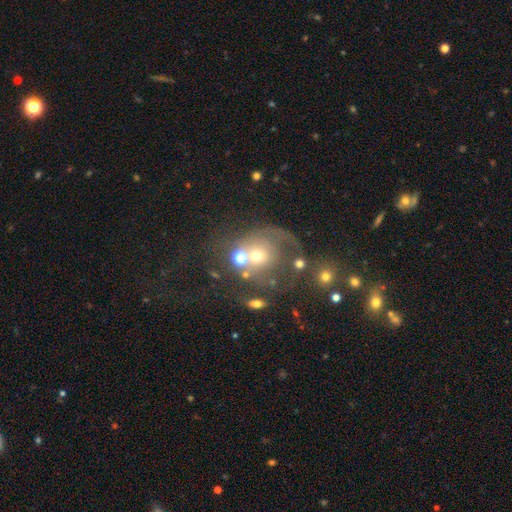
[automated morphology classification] Q: Smooth or featured?
A: smooth (42%); runner-up: featured or disk (38%)
Q: Merging?
A: none (36%); runner-up: major disturbance (26%)